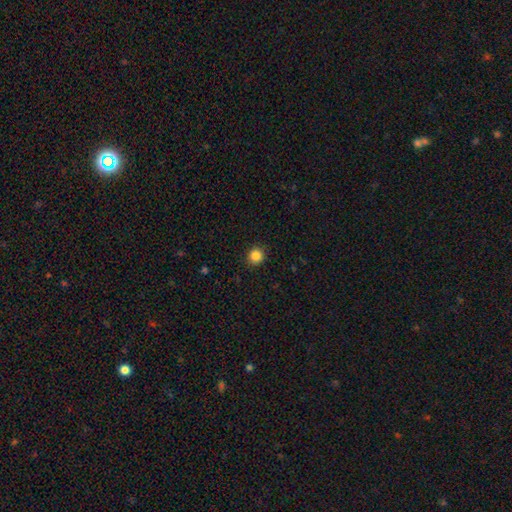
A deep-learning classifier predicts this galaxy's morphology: Smooth or featured? Predicted: smooth (p=0.86). How rounded? Predicted: round (p=0.90). Merging? Predicted: none (p=0.91).